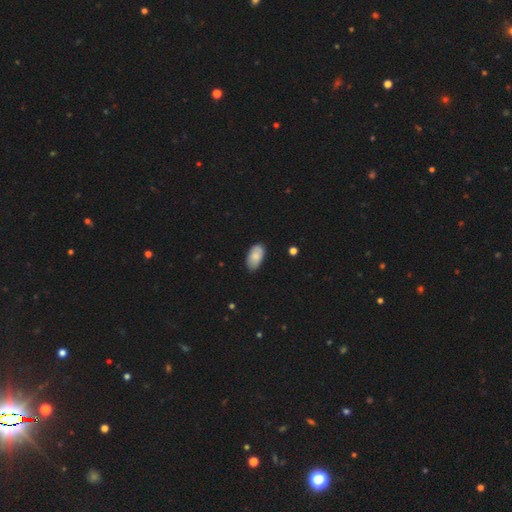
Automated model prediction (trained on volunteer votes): smooth 81%, featured or disk 12%, star or artifact 7%. Down the decision tree: how rounded — in between (95%); merging — none (79%).